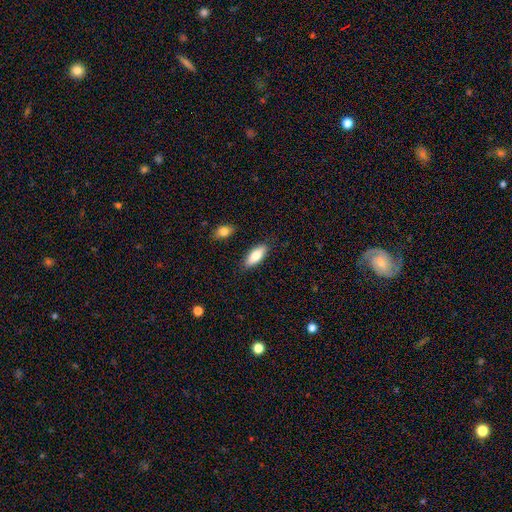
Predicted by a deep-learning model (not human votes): Overall: smooth (79%). How rounded: in between (73%). Merging: none (85%).